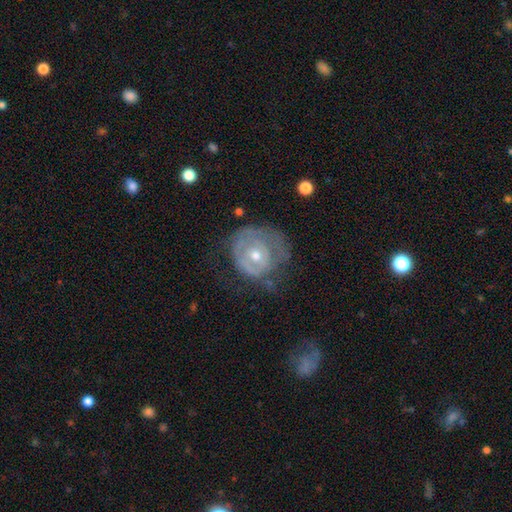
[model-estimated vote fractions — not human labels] This appears to be a featured or disk galaxy (68%) with no bar (76%), spiral arms (58%) and a moderate central bulge (59%). Merging: none (49%).